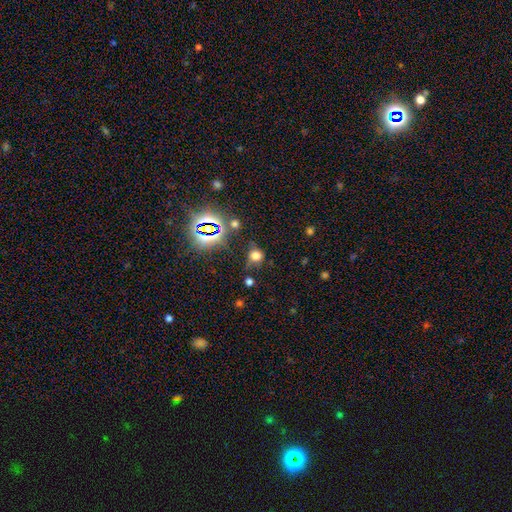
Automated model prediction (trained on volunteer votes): smooth 63%, star or artifact 28%, featured or disk 9%. Down the decision tree: how rounded — round (81%); merging — none (66%).